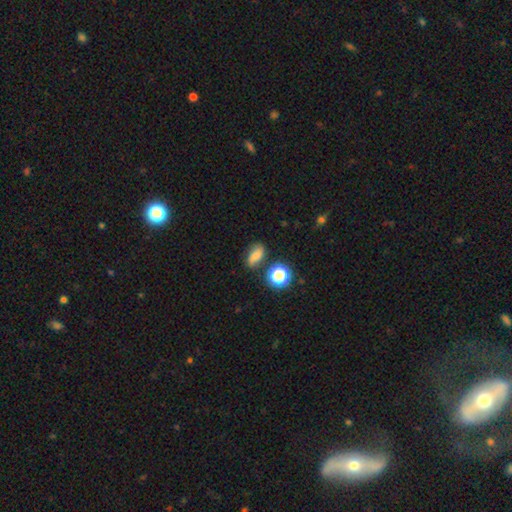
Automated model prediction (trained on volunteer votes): A smooth galaxy with no disk features (61%) that is in between round and cigar-shaped (72%).

Vote fractions:
- Smooth or featured? smooth: 61% / featured or disk: 22% / star or artifact: 18%
- How rounded? in between: 72% / round: 21% / cigar-shaped: 7%
- Merging? none: 68% / minor disturbance: 20% / major disturbance: 6% / merger: 6%